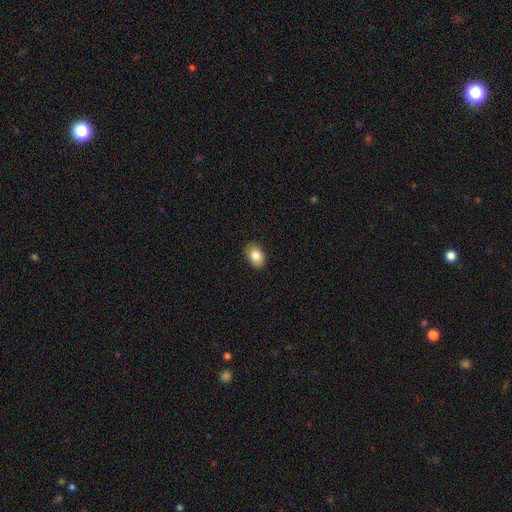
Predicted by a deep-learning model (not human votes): Overall: smooth (85%). How rounded: in between (79%). Merging: none (86%).